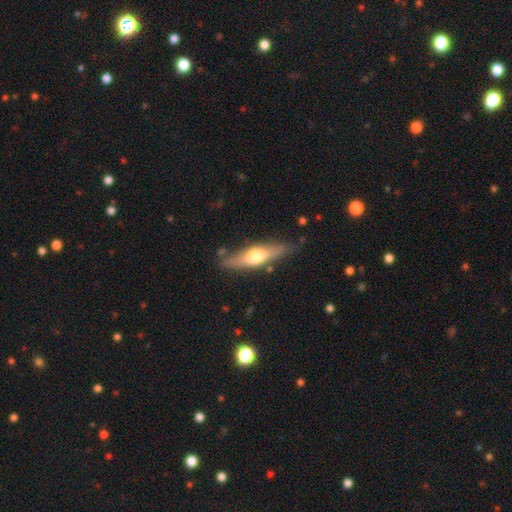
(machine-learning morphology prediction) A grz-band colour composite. It shows a featured or disk galaxy (52%) viewed edge-on (88%). Merging: none (80%).